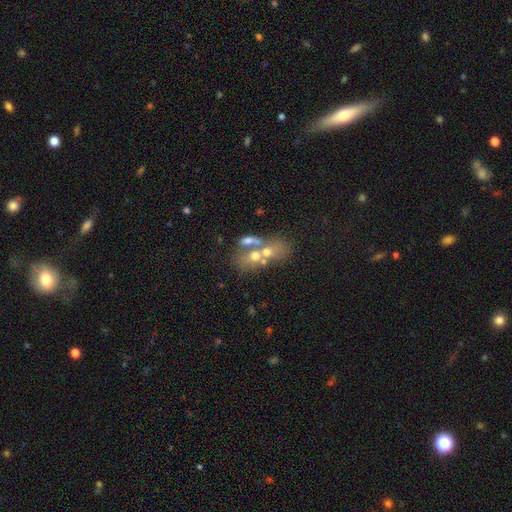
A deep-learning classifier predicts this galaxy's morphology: This appears to be a smooth galaxy with no disk features (43%). Merging: merger (59%).